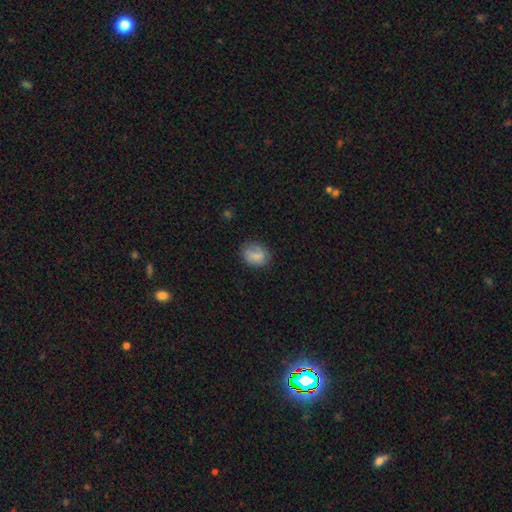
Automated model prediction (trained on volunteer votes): smooth-or-featured: smooth: 70% | featured or disk: 21% | star or artifact: 9%
  how-rounded: round: 50% | in between: 49% | cigar-shaped: 1%
  merging: none: 67% | minor disturbance: 22% | major disturbance: 9% | merger: 2%